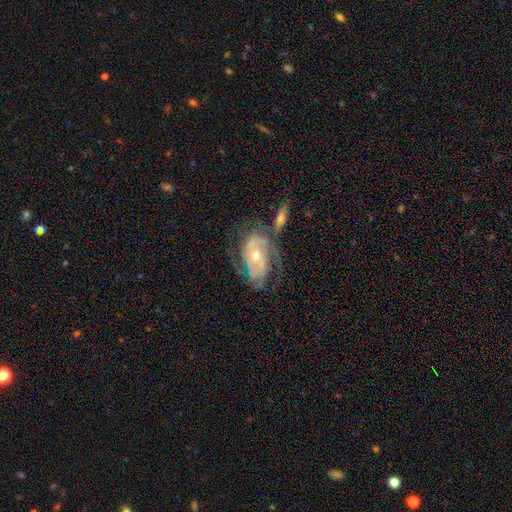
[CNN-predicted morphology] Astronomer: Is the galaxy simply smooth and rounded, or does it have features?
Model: featured or disk — 83%.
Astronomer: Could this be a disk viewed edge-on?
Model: no — 95%.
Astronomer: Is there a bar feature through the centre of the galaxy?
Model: no — 67%.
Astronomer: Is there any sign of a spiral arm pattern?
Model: yes — 91%.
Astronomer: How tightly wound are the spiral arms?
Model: tight — 51% (runner-up: medium, 36%).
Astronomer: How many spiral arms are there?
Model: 2 — 45% (runner-up: can't tell, 27%).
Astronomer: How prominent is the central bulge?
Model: moderate — 49% (runner-up: small, 47%).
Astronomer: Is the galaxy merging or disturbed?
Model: none — 47%.